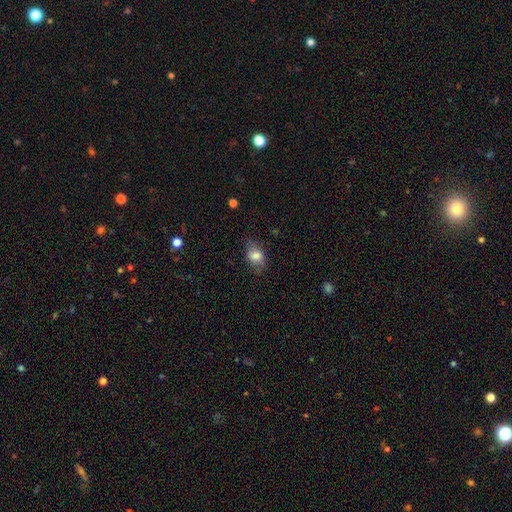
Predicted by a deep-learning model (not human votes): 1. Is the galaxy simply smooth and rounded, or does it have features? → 76% smooth, 16% featured or disk, 8% star or artifact.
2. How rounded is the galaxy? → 80% in between, 18% round, 2% cigar-shaped.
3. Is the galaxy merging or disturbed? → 68% none, 23% minor disturbance, 8% major disturbance, 1% merger.